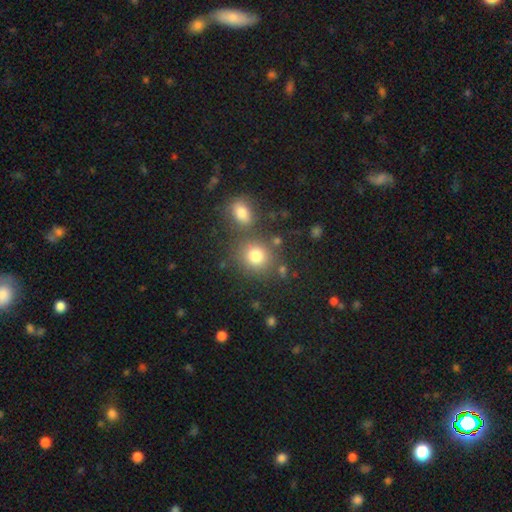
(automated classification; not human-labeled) Smooth or featured?
  - smooth: 79% *
  - star or artifact: 14%
  - featured or disk: 8%
How rounded?
  - round: 80% *
  - in between: 19%
  - cigar-shaped: 1%
Merging?
  - none: 68% *
  - merger: 18%
  - minor disturbance: 10%
  - major disturbance: 4%